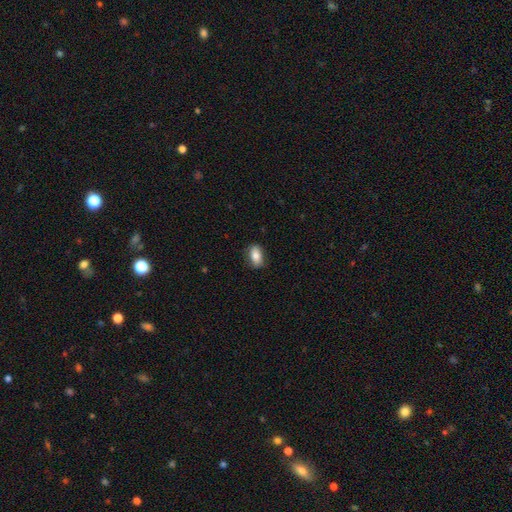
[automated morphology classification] Overall: smooth (81%). How rounded: in between (88%). Merging: none (83%).